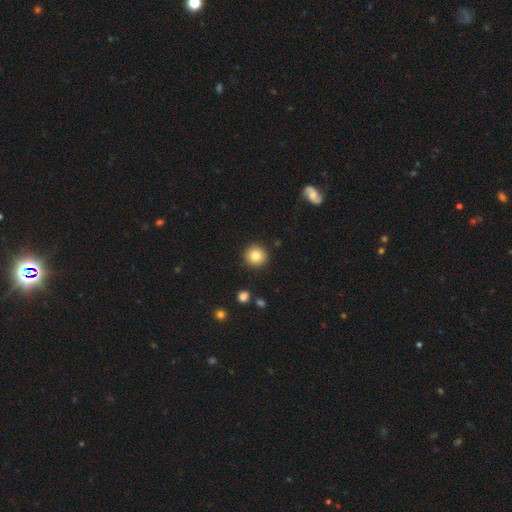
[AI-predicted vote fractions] This is clearly a smooth galaxy (83%). How rounded: clearly round (94%). Merging: clearly none (92%).